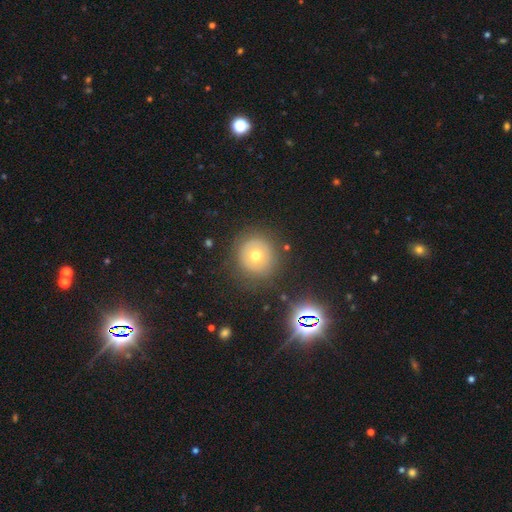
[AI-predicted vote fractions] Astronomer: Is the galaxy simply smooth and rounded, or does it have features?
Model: smooth — 56%.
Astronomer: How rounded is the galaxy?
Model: round — 91%.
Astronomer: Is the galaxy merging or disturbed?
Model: none — 82%.